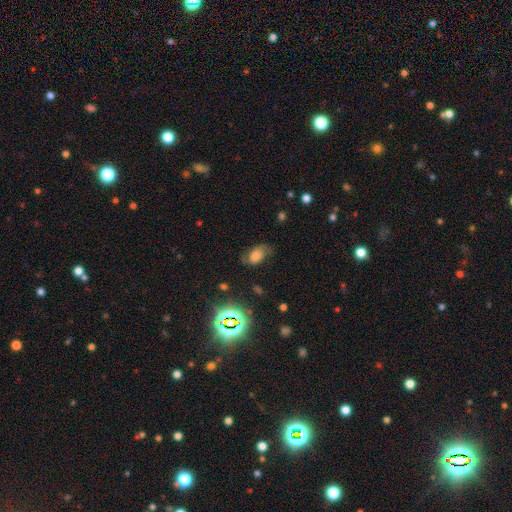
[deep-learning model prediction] A smooth galaxy with no disk features (49%). Merging: none (59%).